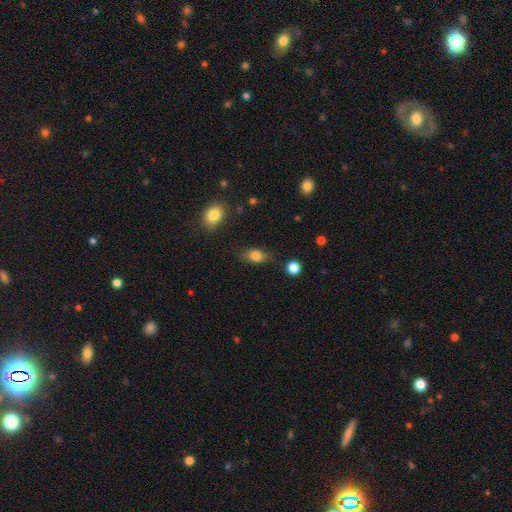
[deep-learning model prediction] smooth_or_featured: smooth (p=0.77) [alt: featured or disk p=0.13]
how_rounded: in between (p=0.79) [alt: round p=0.15]
merging: none (p=0.75) [alt: minor disturbance p=0.18]